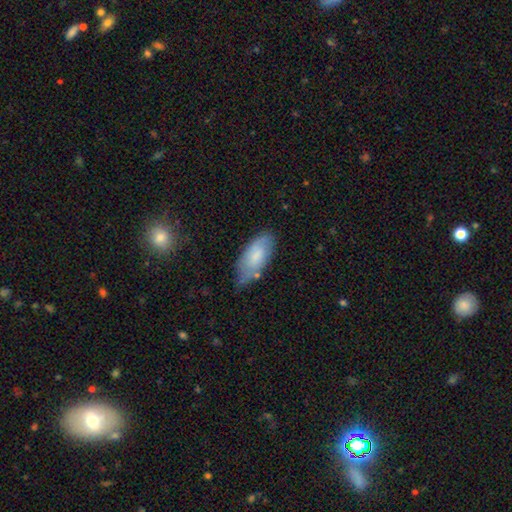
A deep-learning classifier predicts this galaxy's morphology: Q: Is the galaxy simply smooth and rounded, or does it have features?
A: smooth — 71%.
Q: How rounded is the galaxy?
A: in between — 89%.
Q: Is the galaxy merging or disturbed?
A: none — 61%.